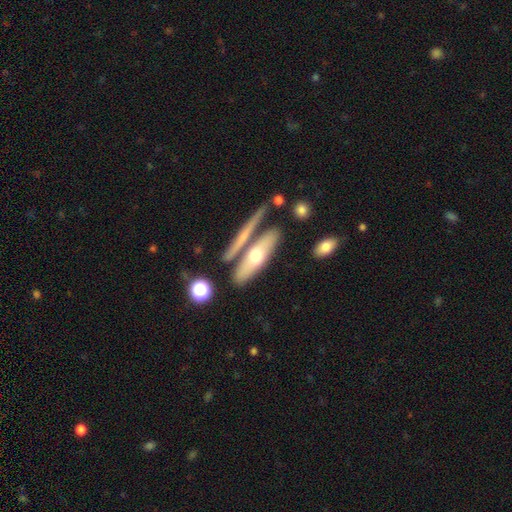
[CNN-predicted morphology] A smooth galaxy with no disk features (50%) that is cigar-shaped (59%).

Vote fractions:
- Smooth or featured? smooth: 50% / featured or disk: 44% / star or artifact: 6%
- How rounded? cigar-shaped: 59% / in between: 37% / round: 4%
- Merging? none: 69% / merger: 15% / minor disturbance: 12% / major disturbance: 4%